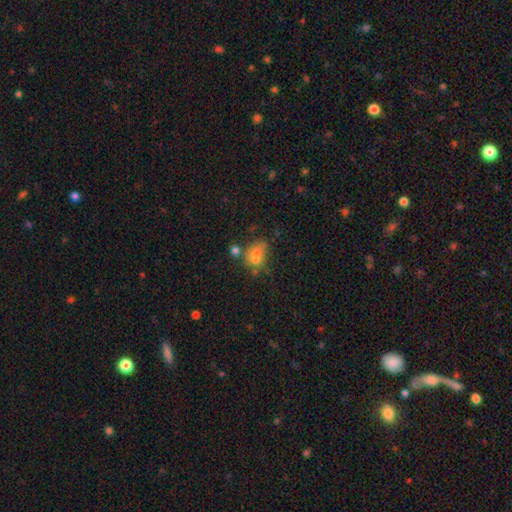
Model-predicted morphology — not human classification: Smooth or featured?
  - smooth: 71% *
  - featured or disk: 15%
  - star or artifact: 15%
How rounded?
  - in between: 74% *
  - round: 24%
  - cigar-shaped: 2%
Merging?
  - none: 35% *
  - minor disturbance: 26%
  - merger: 20%
  - major disturbance: 20%